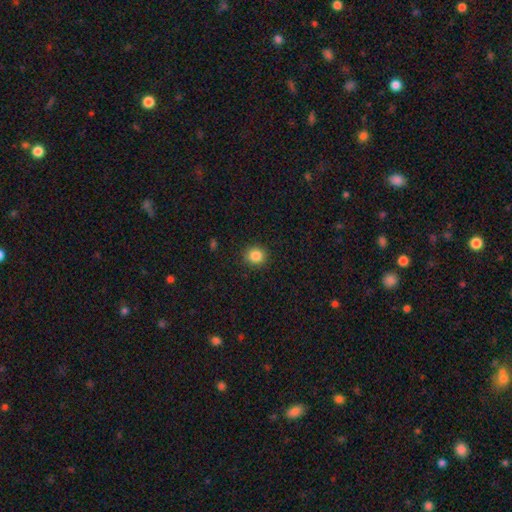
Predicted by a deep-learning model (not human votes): Overall: smooth (85%). How rounded: round (87%). Merging: none (91%).